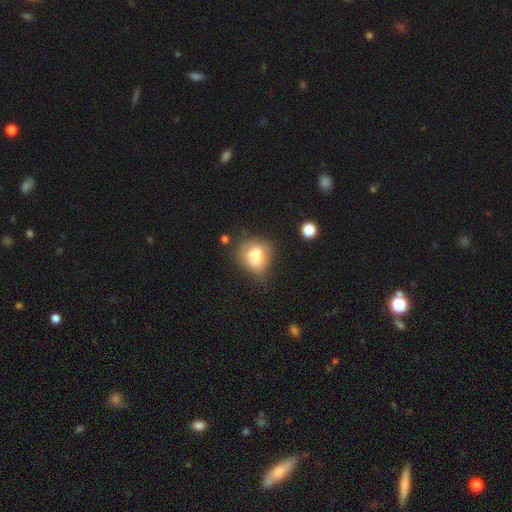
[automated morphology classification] This appears to be a smooth galaxy with no disk features (67%) that is round (64%). Merging: none (36%).